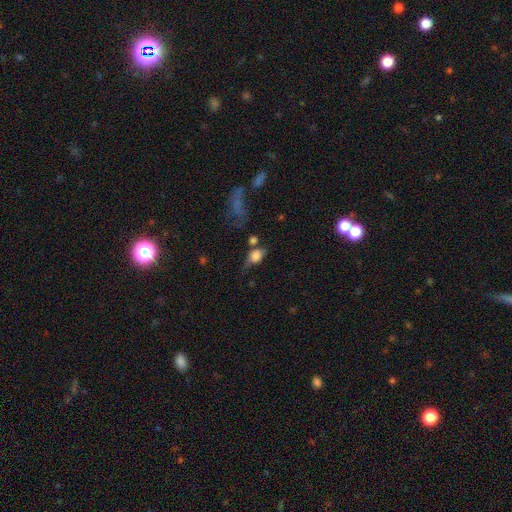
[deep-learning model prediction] Smooth or featured?
  - smooth: 72% *
  - featured or disk: 17%
  - star or artifact: 11%
How rounded?
  - in between: 62% *
  - round: 35%
  - cigar-shaped: 4%
Merging?
  - none: 34% *
  - minor disturbance: 26%
  - major disturbance: 23%
  - merger: 17%